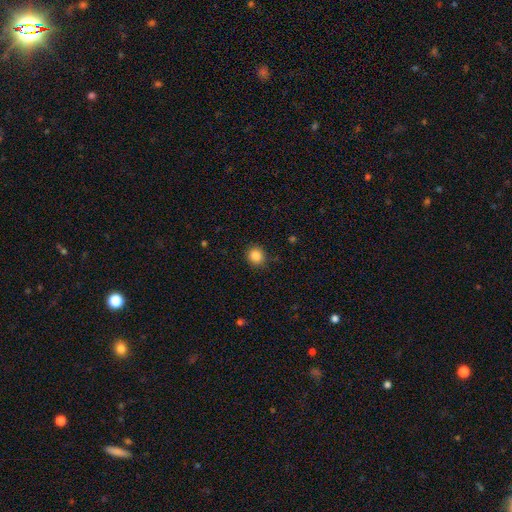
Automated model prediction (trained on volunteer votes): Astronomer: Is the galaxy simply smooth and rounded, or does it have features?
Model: smooth — 87%.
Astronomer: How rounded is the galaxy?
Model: round — 84%.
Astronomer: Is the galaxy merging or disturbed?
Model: none — 88%.